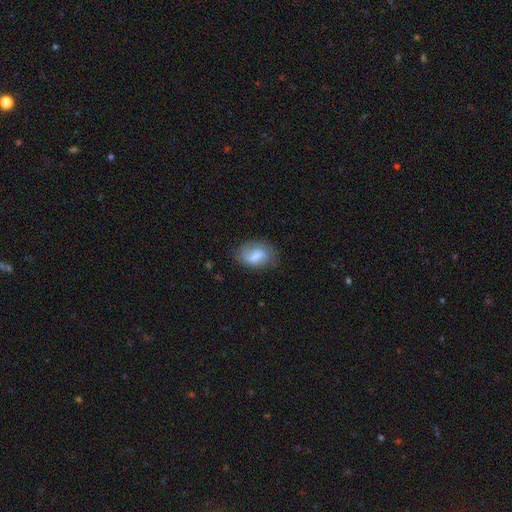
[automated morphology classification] A smooth galaxy with no disk features (49%). Merging: none (70%).